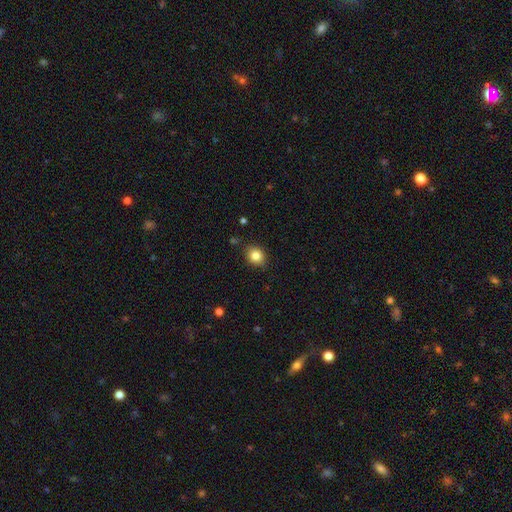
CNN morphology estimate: smooth-or-featured: smooth: 84% | star or artifact: 10% | featured or disk: 6%
  how-rounded: round: 62% | in between: 38% | cigar-shaped: 1%
  merging: none: 84% | minor disturbance: 11% | major disturbance: 3% | merger: 2%